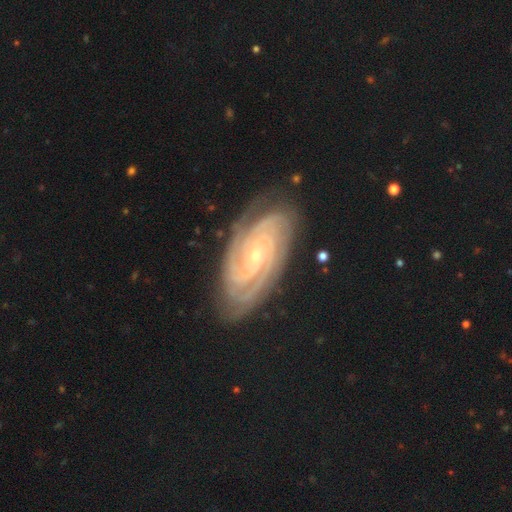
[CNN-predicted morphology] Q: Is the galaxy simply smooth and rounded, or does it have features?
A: featured or disk — 91%.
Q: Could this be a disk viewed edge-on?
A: no — 96%.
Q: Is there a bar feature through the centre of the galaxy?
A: no — 58%.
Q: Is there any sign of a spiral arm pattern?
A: yes — 99%.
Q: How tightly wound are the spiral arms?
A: tight — 79%.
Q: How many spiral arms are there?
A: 3 — 26%, tied with 2.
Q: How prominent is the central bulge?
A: small — 77%.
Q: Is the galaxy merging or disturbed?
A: none — 81%.